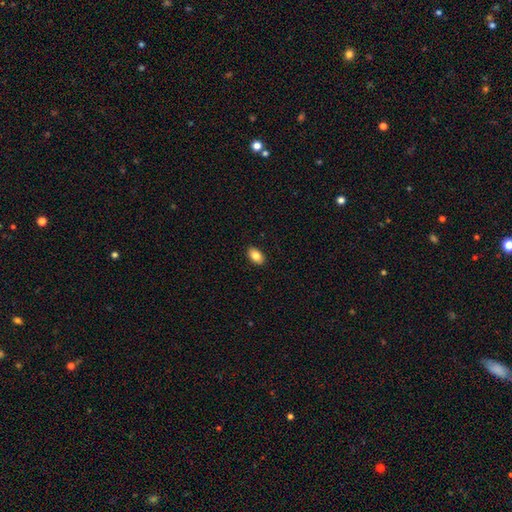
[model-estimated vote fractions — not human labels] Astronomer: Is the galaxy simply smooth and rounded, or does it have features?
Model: smooth — 84%.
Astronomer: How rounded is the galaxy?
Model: in between — 91%.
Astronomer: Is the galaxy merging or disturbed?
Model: none — 90%.